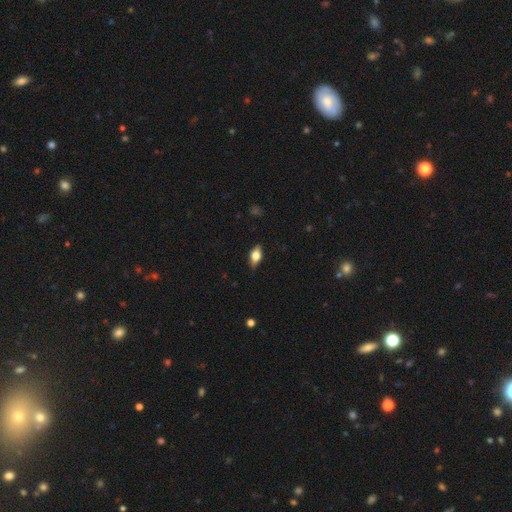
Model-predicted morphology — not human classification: smooth-or-featured: smooth: 63% | featured or disk: 30% | star or artifact: 8%
  how-rounded: in between: 84% | cigar-shaped: 9% | round: 7%
  merging: none: 81% | minor disturbance: 15% | major disturbance: 3% | merger: 1%